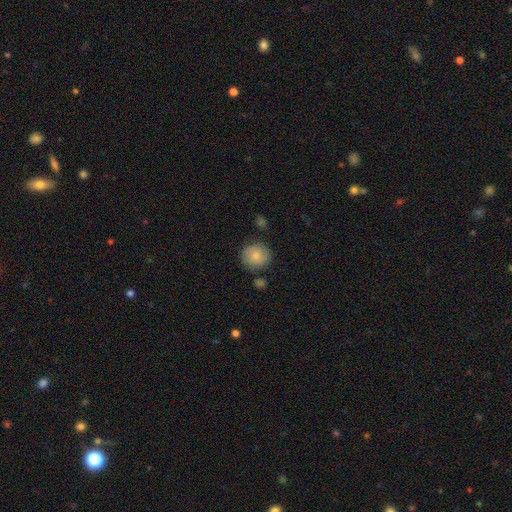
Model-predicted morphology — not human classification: A smooth galaxy with no disk features (72%) that is round (90%). Merging: none (78%).